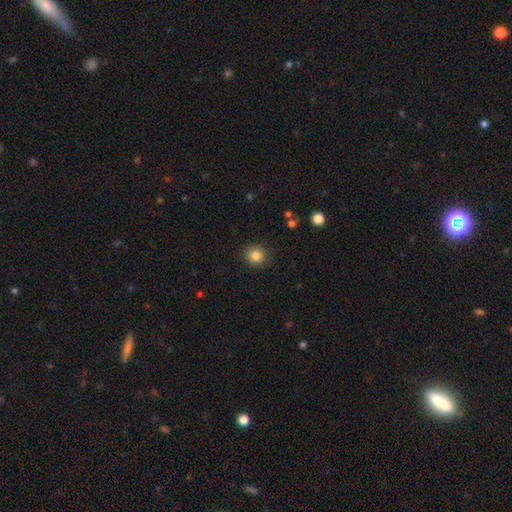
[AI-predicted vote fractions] A smooth galaxy with no disk features (84%) that is round (85%).

Vote fractions:
- Smooth or featured? smooth: 84% / star or artifact: 10% / featured or disk: 6%
- How rounded? round: 85% / in between: 14% / cigar-shaped: 1%
- Merging? none: 90% / minor disturbance: 7% / major disturbance: 2% / merger: 1%